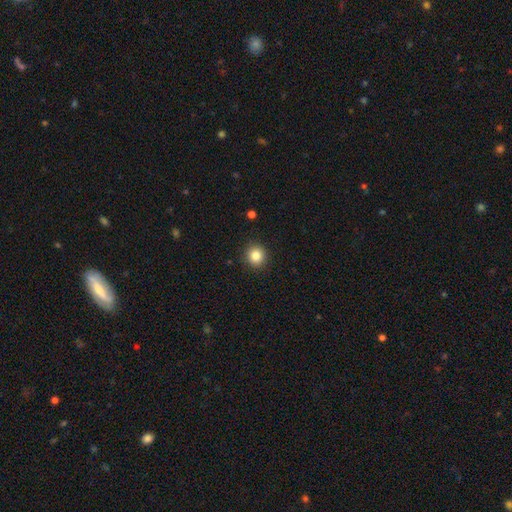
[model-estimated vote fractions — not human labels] This is clearly a smooth galaxy (85%). How rounded: clearly round (90%). Merging: clearly none (91%).